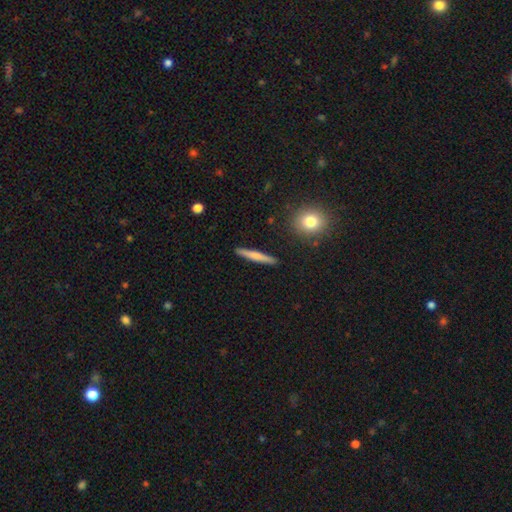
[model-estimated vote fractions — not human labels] A smooth galaxy with no disk features (63%) that is cigar-shaped (94%).

Vote fractions:
- Smooth or featured? smooth: 63% / featured or disk: 31% / star or artifact: 6%
- How rounded? cigar-shaped: 94% / in between: 4% / round: 2%
- Merging? none: 91% / minor disturbance: 6% / major disturbance: 1% / merger: 1%